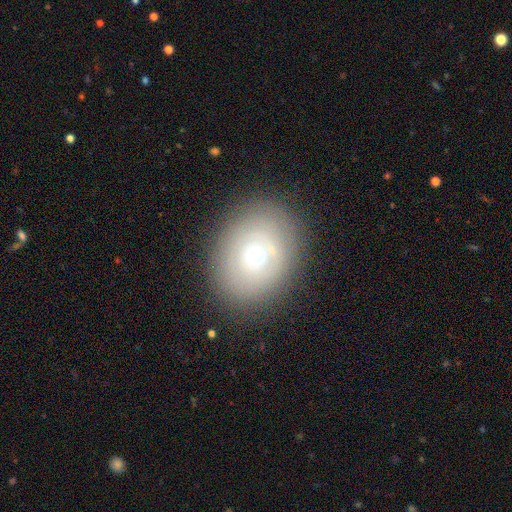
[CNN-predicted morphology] smooth_or_featured: smooth (p=0.53) [alt: featured or disk p=0.34]
how_rounded: round (p=0.54) [alt: in between p=0.45]
merging: none (p=0.81) [alt: minor disturbance p=0.12]